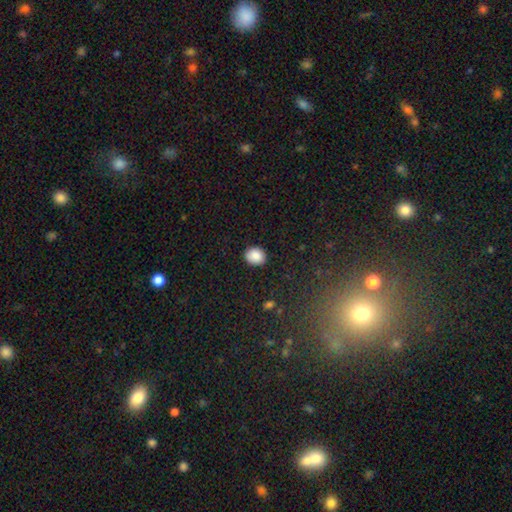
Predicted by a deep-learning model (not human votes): Smooth or featured?
  - smooth: 87% *
  - star or artifact: 8%
  - featured or disk: 4%
How rounded?
  - round: 70% *
  - in between: 29%
  - cigar-shaped: 1%
Merging?
  - none: 90% *
  - minor disturbance: 7%
  - major disturbance: 2%
  - merger: 1%